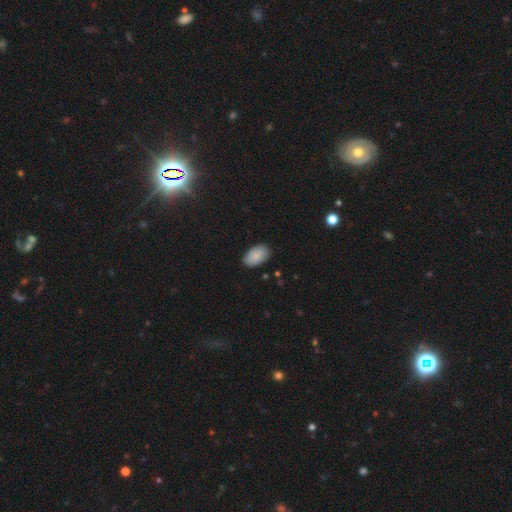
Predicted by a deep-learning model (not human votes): Smooth or featured: smooth — 88% (star or artifact — 7%)
How rounded: in between — 94% (round — 5%)
Merging: none — 86% (minor disturbance — 11%)